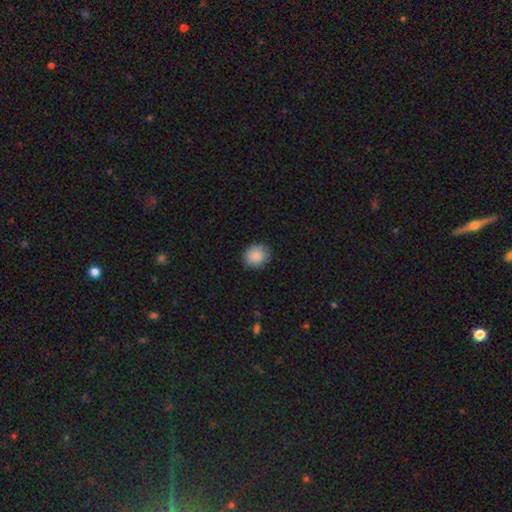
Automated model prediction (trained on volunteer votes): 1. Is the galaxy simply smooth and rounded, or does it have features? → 89% smooth, 8% star or artifact, 3% featured or disk.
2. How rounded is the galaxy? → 71% round, 28% in between, 1% cigar-shaped.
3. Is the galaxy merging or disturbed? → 87% none, 10% minor disturbance, 2% major disturbance, 1% merger.